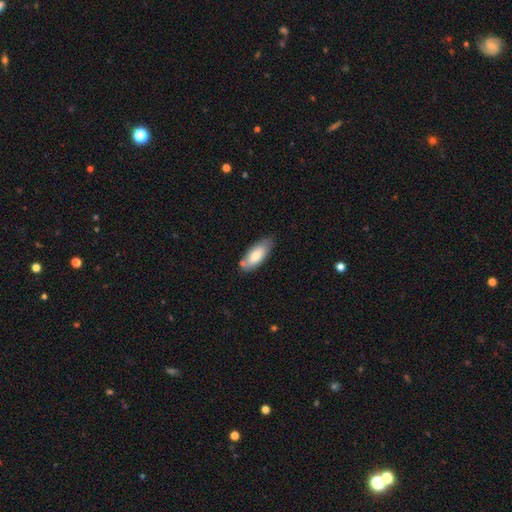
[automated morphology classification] A smooth galaxy with no disk features (76%) that is in between round and cigar-shaped (80%). Merging: none (70%).